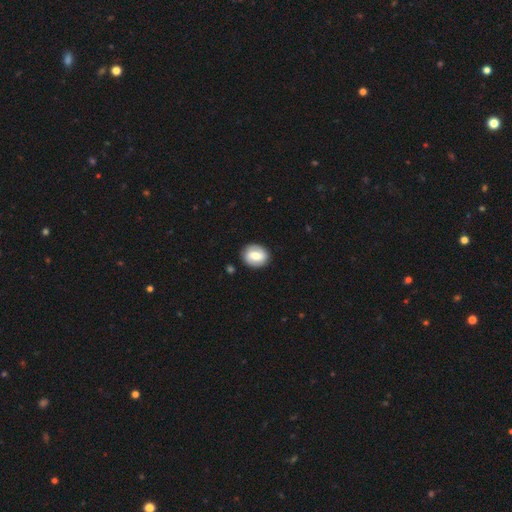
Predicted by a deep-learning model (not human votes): Smooth or featured? smooth (59%)
How rounded? round (63%)
Merging? none (87%)